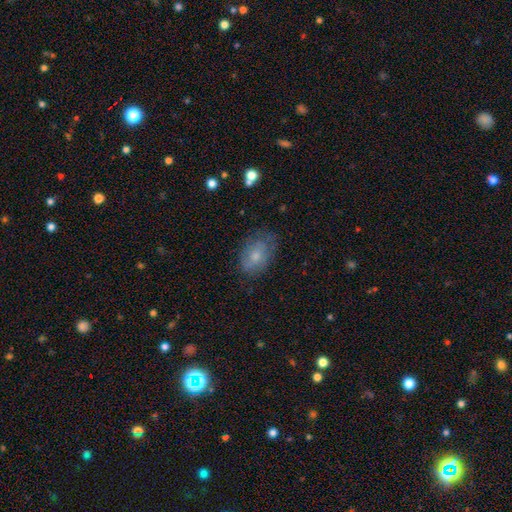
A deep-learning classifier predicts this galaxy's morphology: A smooth galaxy with no disk features (64%) that is in between round and cigar-shaped (83%).

Vote fractions:
- Smooth or featured? smooth: 64% / featured or disk: 27% / star or artifact: 9%
- How rounded? in between: 83% / round: 15% / cigar-shaped: 2%
- Merging? none: 63% / minor disturbance: 26% / major disturbance: 9% / merger: 2%